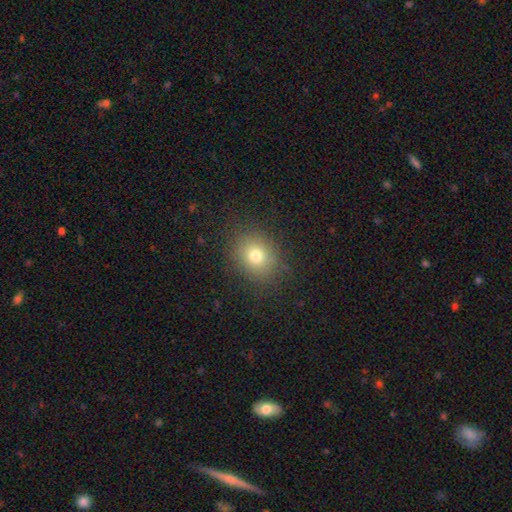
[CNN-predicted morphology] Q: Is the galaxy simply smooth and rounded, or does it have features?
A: smooth — 75%.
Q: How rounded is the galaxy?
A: round — 61%.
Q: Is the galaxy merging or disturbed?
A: none — 84%.